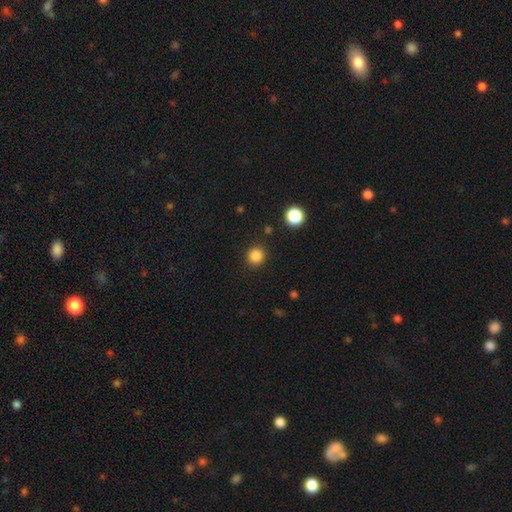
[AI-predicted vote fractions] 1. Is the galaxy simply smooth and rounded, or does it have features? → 85% smooth, 12% star or artifact, 3% featured or disk.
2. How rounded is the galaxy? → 92% round, 7% in between, 1% cigar-shaped.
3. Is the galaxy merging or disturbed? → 90% none, 6% minor disturbance, 3% major disturbance, 2% merger.